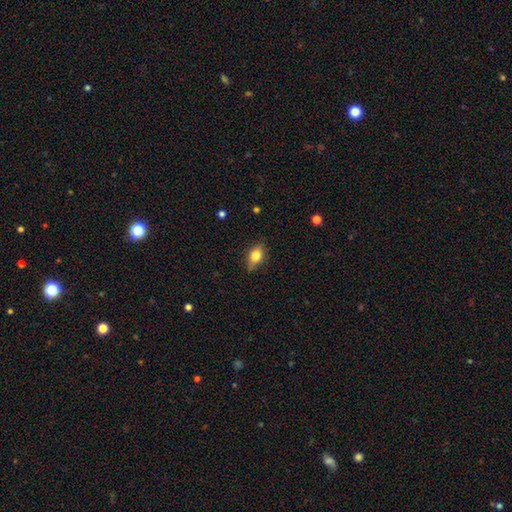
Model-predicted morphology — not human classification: Smooth or featured: smooth — 78% (featured or disk — 14%)
How rounded: in between — 82% (round — 13%)
Merging: none — 79% (minor disturbance — 17%)